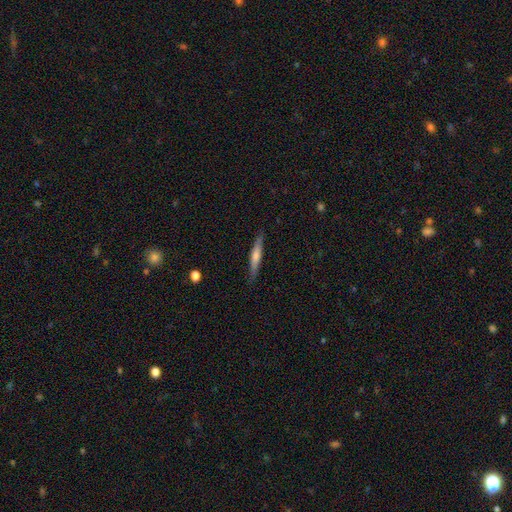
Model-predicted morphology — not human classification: This is possibly a featured or disk galaxy (49%). Merging: clearly none (87%).